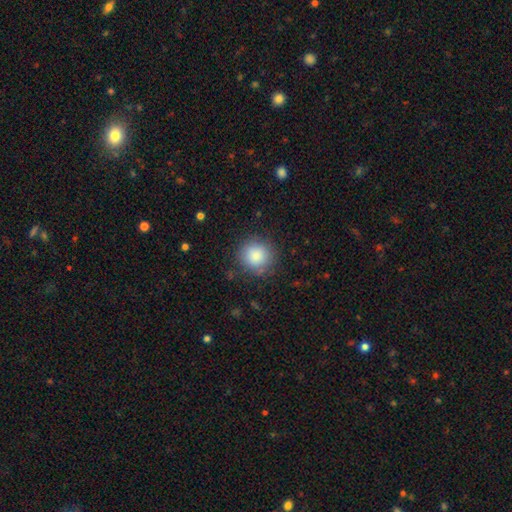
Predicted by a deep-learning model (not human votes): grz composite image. It shows a smooth galaxy with no disk features (85%) that is round (92%). Merging: none (85%).